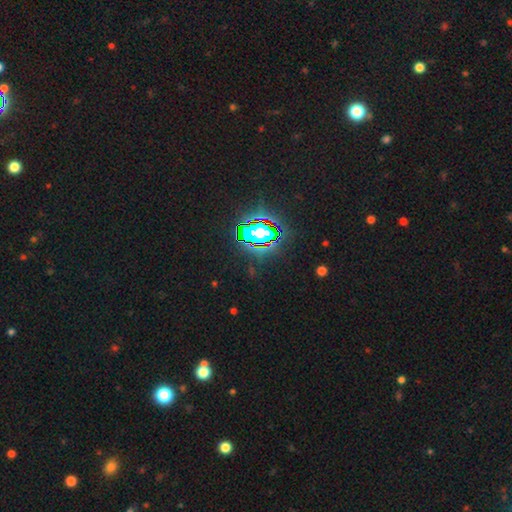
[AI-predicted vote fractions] Q: Smooth or featured?
A: star or artifact (82%); runner-up: smooth (10%)